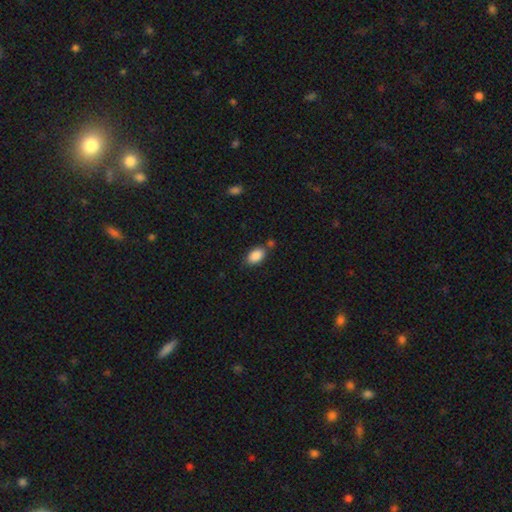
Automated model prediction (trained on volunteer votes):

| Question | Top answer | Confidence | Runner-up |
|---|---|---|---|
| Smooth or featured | smooth | 88% | star or artifact (7%) |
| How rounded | in between | 91% | round (7%) |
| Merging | none | 71% | minor disturbance (14%) |